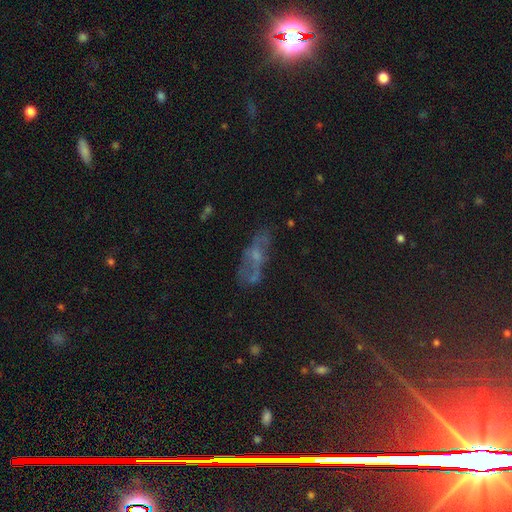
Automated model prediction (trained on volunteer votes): featured or disk 46%, smooth 32%, star or artifact 22%. Down the decision tree: merging — none (54%).